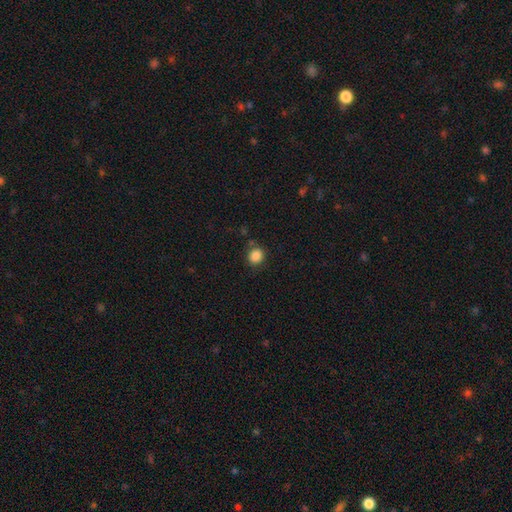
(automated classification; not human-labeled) Q: Smooth or featured?
A: smooth (86%); runner-up: star or artifact (10%)
Q: How rounded?
A: round (77%); runner-up: in between (22%)
Q: Merging?
A: none (79%); runner-up: minor disturbance (13%)